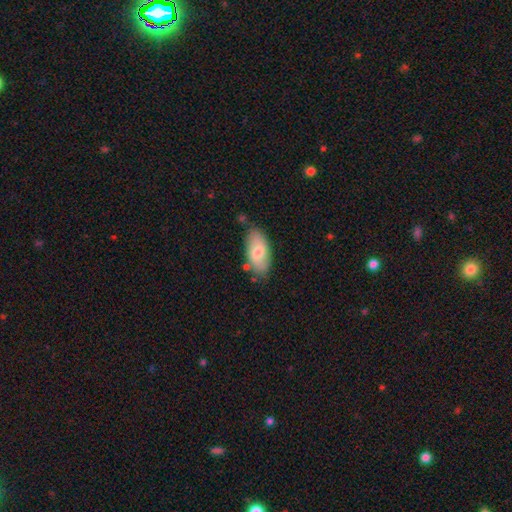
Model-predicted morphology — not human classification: smooth_or_featured: smooth (p=0.69) [alt: featured or disk p=0.25]
how_rounded: in between (p=0.93) [alt: cigar-shaped p=0.04]
merging: none (p=0.74) [alt: minor disturbance p=0.18]